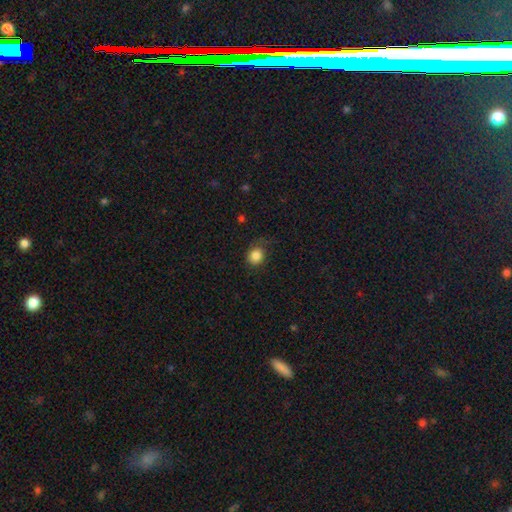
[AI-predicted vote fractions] This is clearly a smooth galaxy (84%). How rounded: likely round (75%). Merging: likely none (69%).